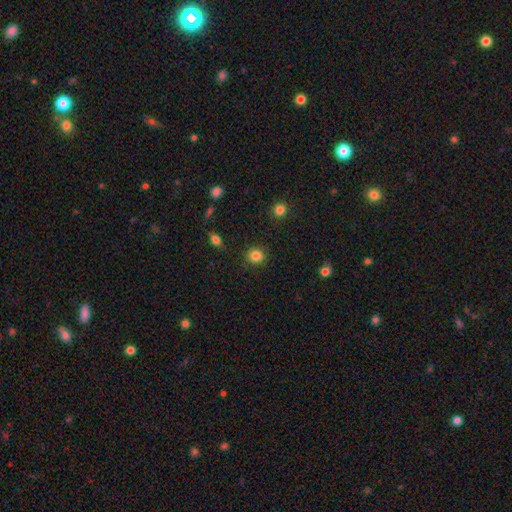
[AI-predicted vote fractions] smooth-or-featured: smooth: 85% | star or artifact: 11% | featured or disk: 4%
  how-rounded: round: 88% | in between: 11% | cigar-shaped: 1%
  merging: none: 90% | minor disturbance: 7% | major disturbance: 2% | merger: 1%